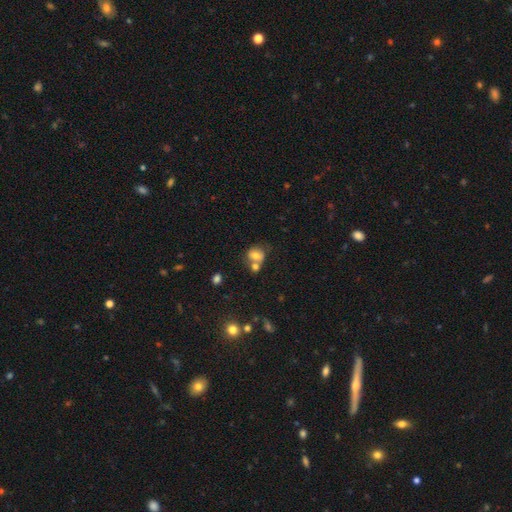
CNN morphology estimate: Overall: smooth (67%). How rounded: round (64%; in between 35%). Merging: merger (46%; none 36%).